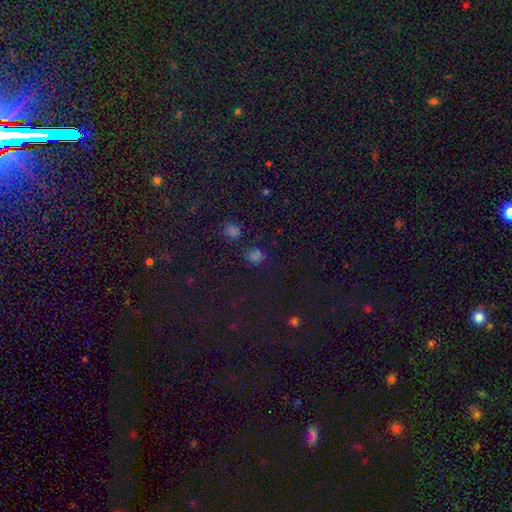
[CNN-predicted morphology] smooth 56%, star or artifact 38%, featured or disk 6%. Down the decision tree: how rounded — round (58%); merging — none (68%).